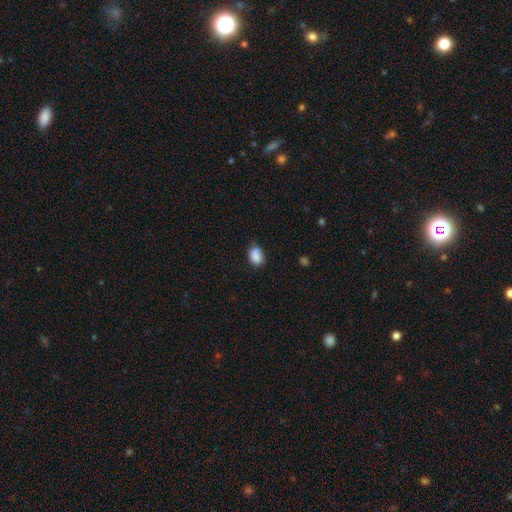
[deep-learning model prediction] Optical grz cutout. It shows a smooth galaxy with no disk features (84%) that is in between round and cigar-shaped (73%). Merging: none (58%).